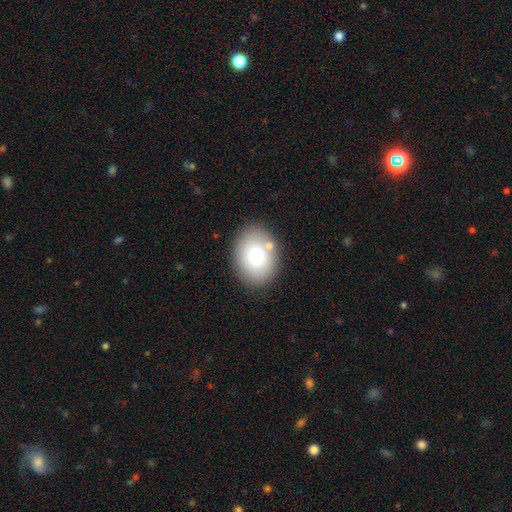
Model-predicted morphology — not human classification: This appears to be a smooth galaxy with no disk features (77%) that is in between round and cigar-shaped (69%). Merging: none (80%).